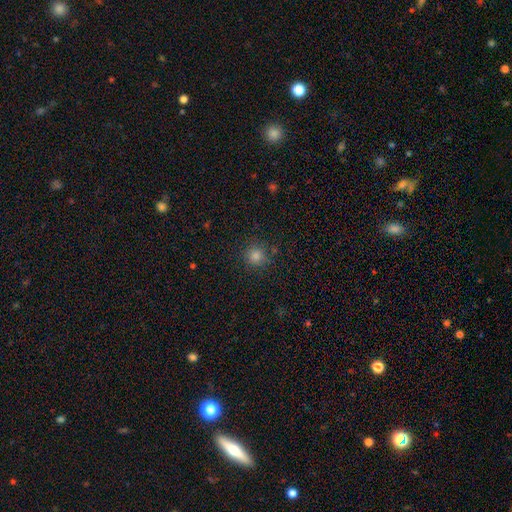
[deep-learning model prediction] The model was most divided on "smooth or featured": smooth: 79%, star or artifact: 16%, featured or disk: 5%. More confident: how rounded — round (94%); merging — none (87%).